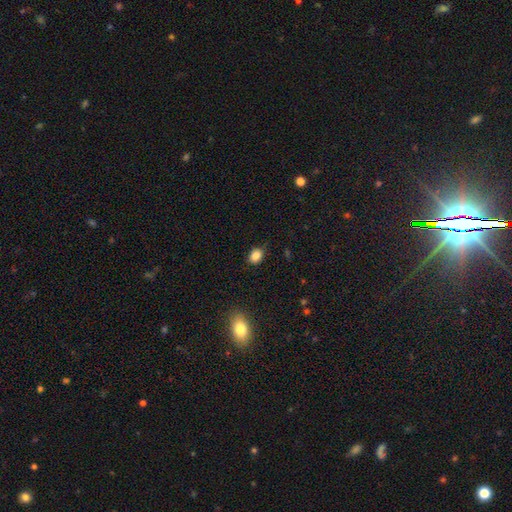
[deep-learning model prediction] This is clearly a smooth galaxy (85%). How rounded: possibly in between (59%). Merging: clearly none (80%).